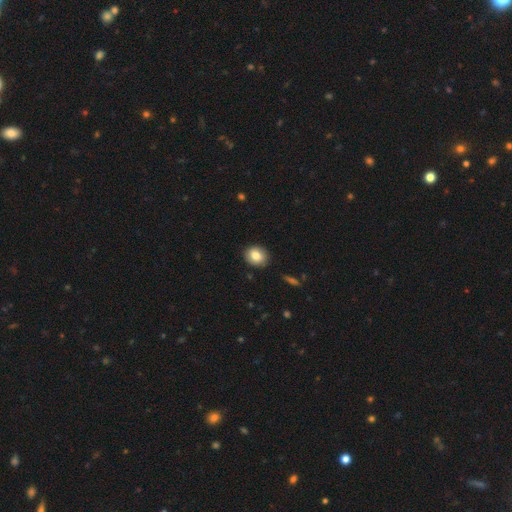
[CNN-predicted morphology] type=smooth (82%); roundness=round (60%); merging=none (89%).